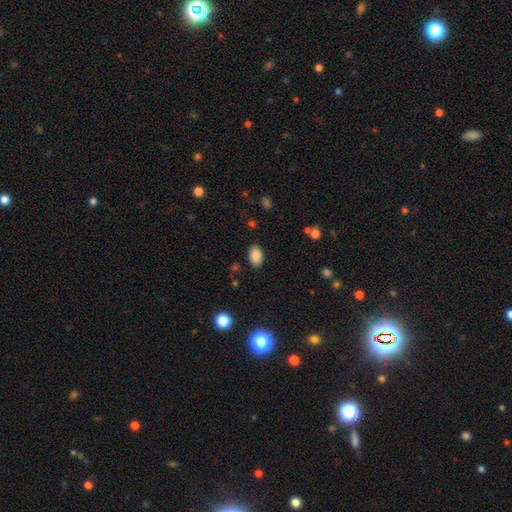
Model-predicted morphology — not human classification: type=smooth (87%); roundness=in between (90%); merging=none (87%).